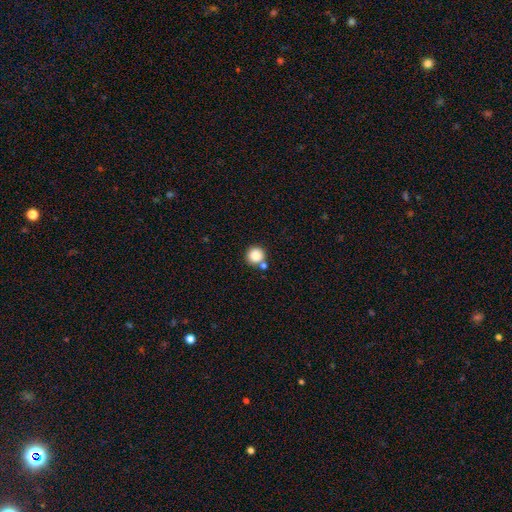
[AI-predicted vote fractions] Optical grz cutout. It shows a smooth galaxy with no disk features (86%) that is round (94%). Merging: none (71%).